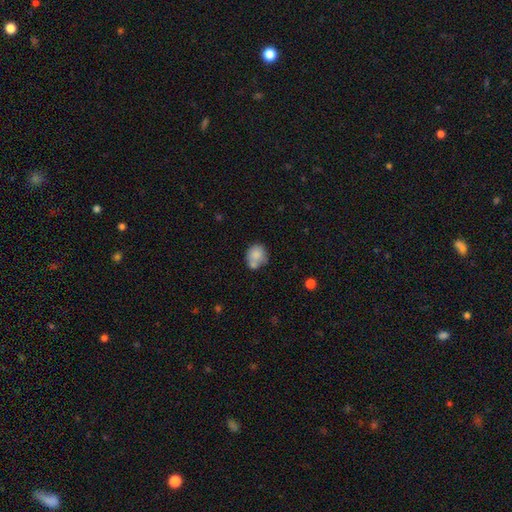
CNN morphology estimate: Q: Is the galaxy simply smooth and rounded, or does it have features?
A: smooth — 78%.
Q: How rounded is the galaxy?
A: round — 71%.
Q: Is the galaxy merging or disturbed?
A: none — 45%.